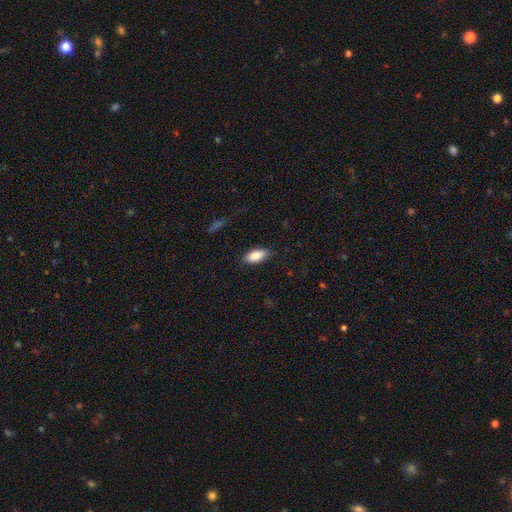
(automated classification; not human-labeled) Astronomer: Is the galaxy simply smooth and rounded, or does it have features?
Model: smooth — 86%.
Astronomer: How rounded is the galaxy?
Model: in between — 90%.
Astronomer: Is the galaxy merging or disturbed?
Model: none — 86%.